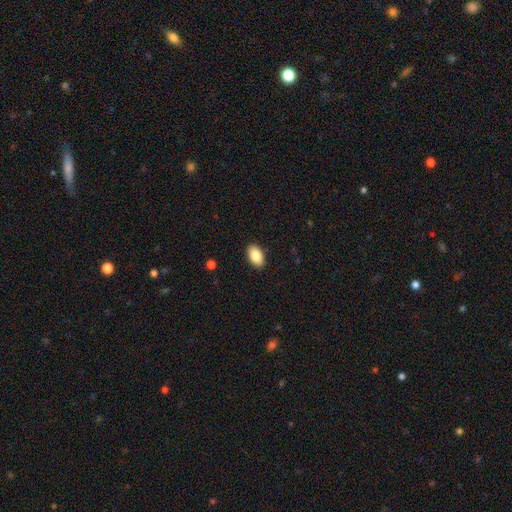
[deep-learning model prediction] Overall: smooth (86%). How rounded: in between (93%). Merging: none (90%).